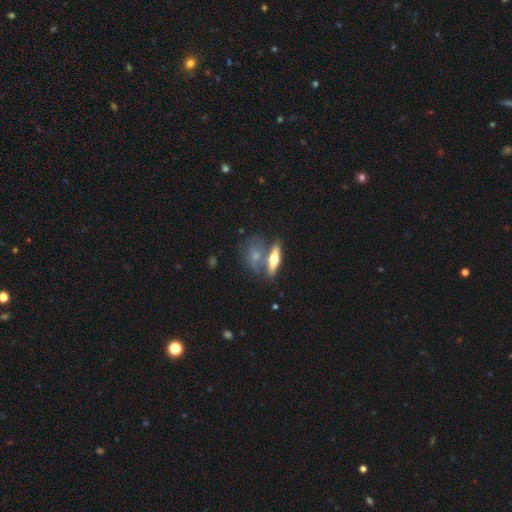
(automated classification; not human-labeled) Morphology: type=smooth (51%); roundness=in between (50%); merging=none (50%).